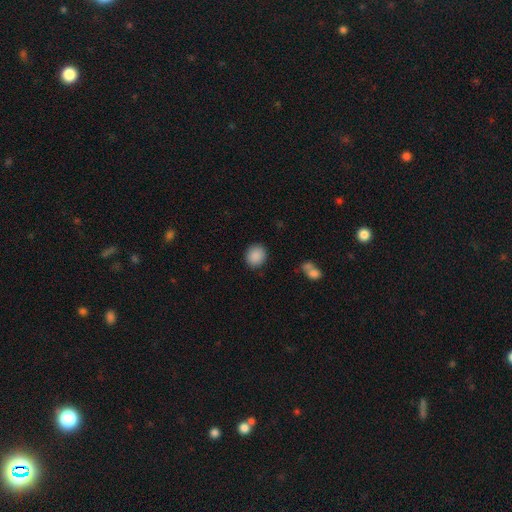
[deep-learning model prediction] smooth 89%, star or artifact 8%, featured or disk 3%. Down the decision tree: how rounded — round (77%); merging — none (88%).